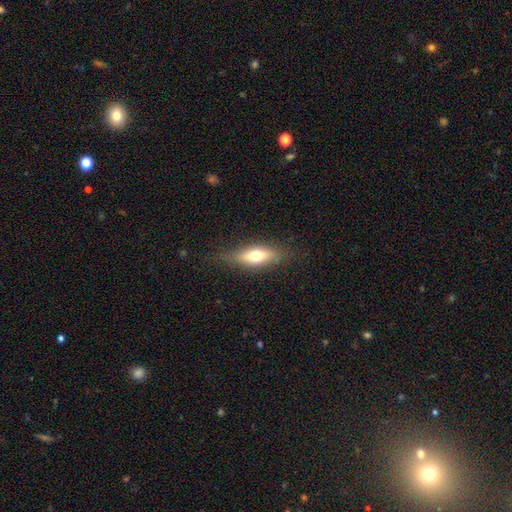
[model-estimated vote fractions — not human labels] A smooth galaxy with no disk features (61%) that is in between round and cigar-shaped (59%).

Vote fractions:
- Smooth or featured? smooth: 61% / featured or disk: 32% / star or artifact: 7%
- How rounded? in between: 59% / cigar-shaped: 38% / round: 3%
- Merging? none: 79% / minor disturbance: 16% / major disturbance: 5% / merger: 1%